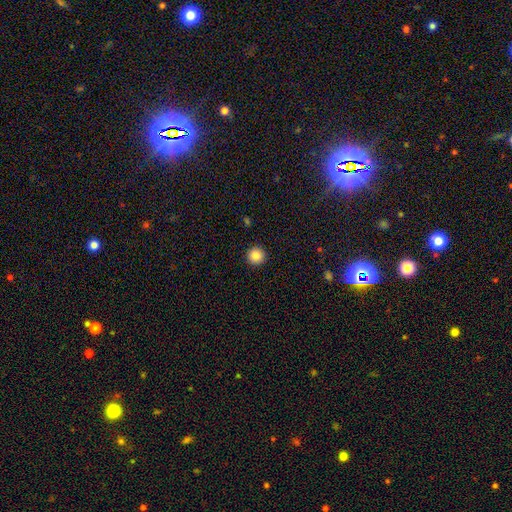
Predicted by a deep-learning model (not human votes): Smooth or featured? Predicted: smooth (p=0.87). How rounded? Predicted: round (p=0.96). Merging? Predicted: none (p=0.93).